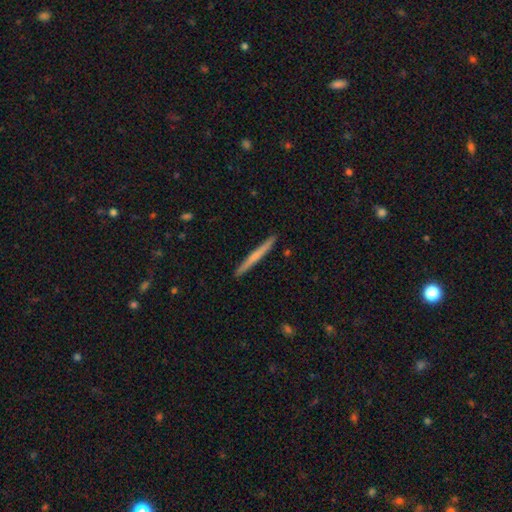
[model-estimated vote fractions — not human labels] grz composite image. It shows a smooth galaxy with no disk features (52%) that is cigar-shaped (97%). Merging: none (92%).